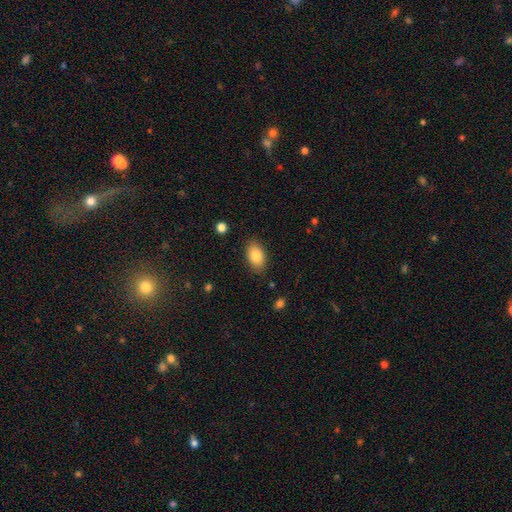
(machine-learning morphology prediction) smooth 84%, featured or disk 9%, star or artifact 7%. Down the decision tree: how rounded — in between (91%); merging — none (86%).